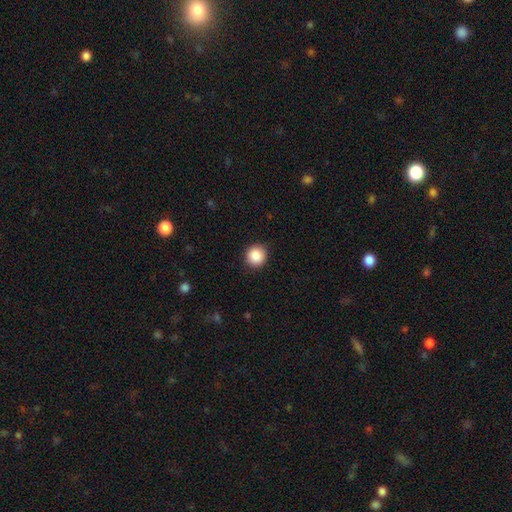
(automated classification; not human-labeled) Overall: smooth (88%). How rounded: round (92%). Merging: none (90%).